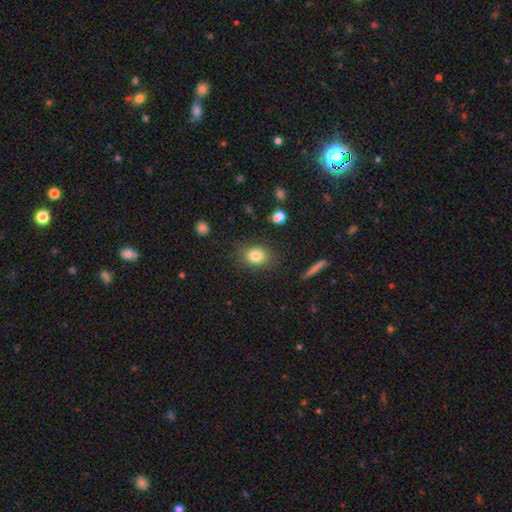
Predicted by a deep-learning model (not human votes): This appears to be a smooth galaxy with no disk features (81%) that is round (49%, tied with in between). Merging: none (84%).